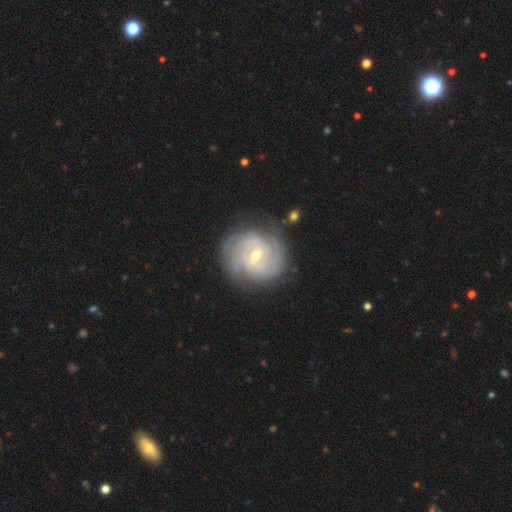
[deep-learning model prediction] smooth-or-featured: featured or disk: 88% | smooth: 7% | star or artifact: 5%
  disk-edge-on: no: 98% | yes: 2%
    bar: weak: 55% | no: 27% | strong: 18%
    has-spiral-arms: yes: 96% | no: 4%
      spiral-winding: tight: 80% | medium: 16% | loose: 3%
      spiral-arm-count: can't tell: 32% | 2: 22% | 3: 18% | 4: 14% | more than 4: 7% | 1: 6%
    bulge-size: small: 50% | moderate: 47% | large: 1% | none: 1% | dominant: 1%
  merging: none: 78% | minor disturbance: 15% | major disturbance: 5% | merger: 2%